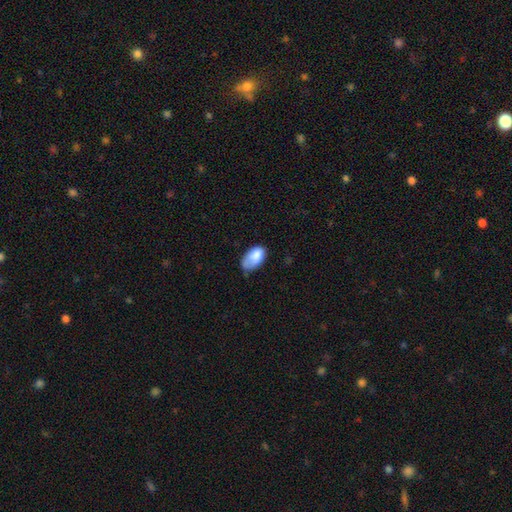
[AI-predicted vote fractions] smooth 79%, featured or disk 13%, star or artifact 8%. Down the decision tree: how rounded — in between (92%); merging — minor disturbance (41%).